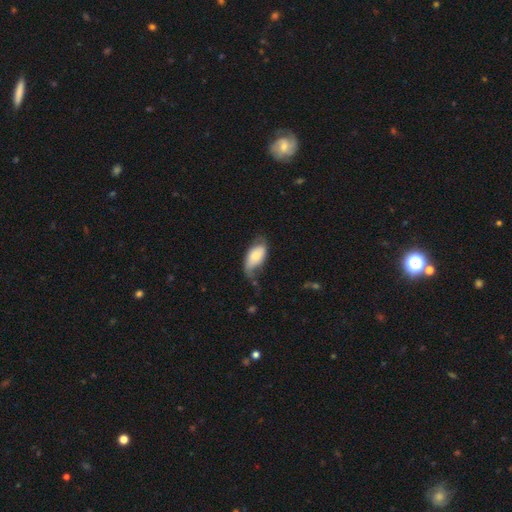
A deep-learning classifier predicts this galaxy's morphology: A smooth galaxy with no disk features (65%) that is in between round and cigar-shaped (94%).

Vote fractions:
- Smooth or featured? smooth: 65% / featured or disk: 29% / star or artifact: 6%
- How rounded? in between: 94% / cigar-shaped: 3% / round: 3%
- Merging? none: 39% (tied) / minor disturbance: 39% (tied) / major disturbance: 19% / merger: 3%